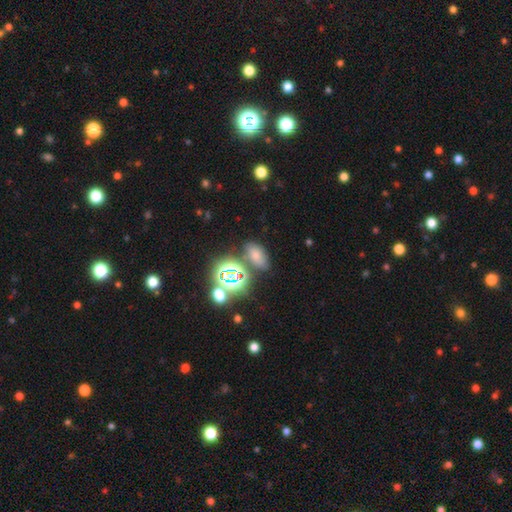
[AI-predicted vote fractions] Smooth or featured: smooth — 53% (star or artifact — 35%)
How rounded: in between — 82% (round — 16%)
Merging: none — 65% (minor disturbance — 16%)